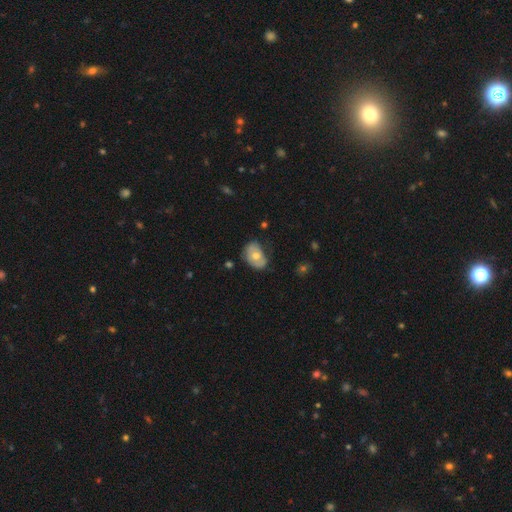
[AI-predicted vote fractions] A smooth galaxy with no disk features (58%) that is in between round and cigar-shaped (76%). Merging: none (55%).